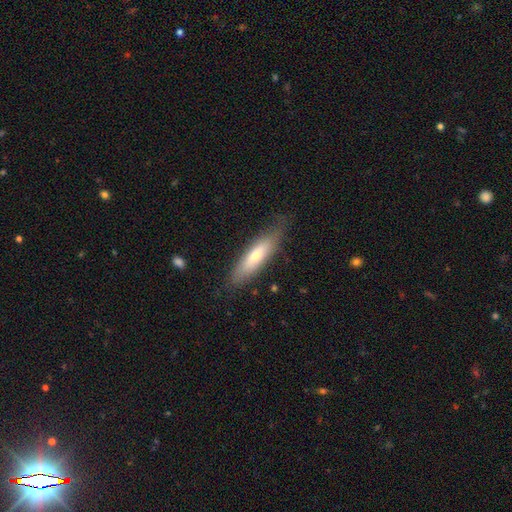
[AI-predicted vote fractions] This is possibly a smooth galaxy (60%). How rounded: likely cigar-shaped (63%). Merging: likely none (76%).